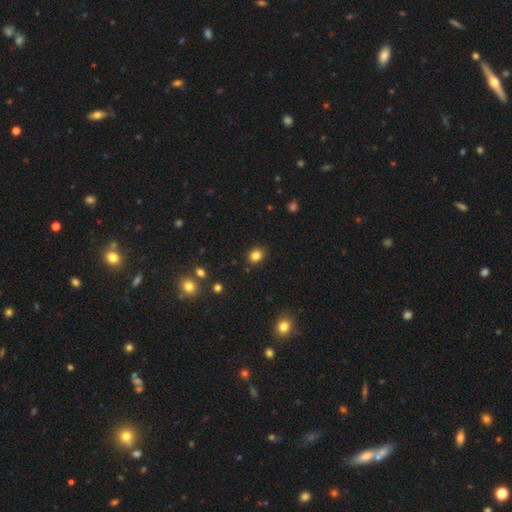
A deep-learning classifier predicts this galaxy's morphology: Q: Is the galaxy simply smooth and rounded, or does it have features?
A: smooth — 83%.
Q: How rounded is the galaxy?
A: round — 58%.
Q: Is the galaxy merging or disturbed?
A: none — 88%.